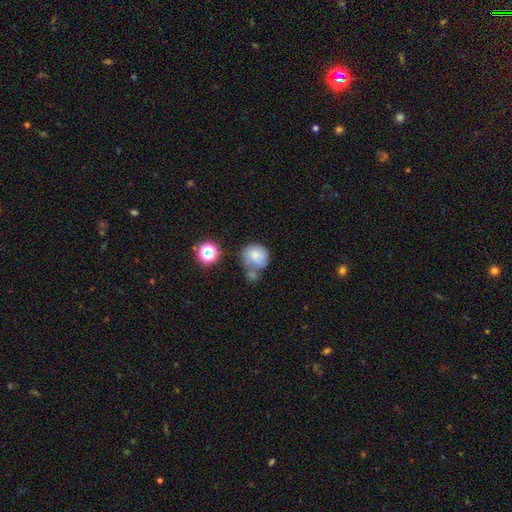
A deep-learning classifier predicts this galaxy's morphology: Smooth or featured?
  - smooth: 73% *
  - featured or disk: 16%
  - star or artifact: 11%
How rounded?
  - round: 79% *
  - in between: 20%
  - cigar-shaped: 1%
Merging?
  - none: 41% *
  - merger: 30%
  - minor disturbance: 19%
  - major disturbance: 10%